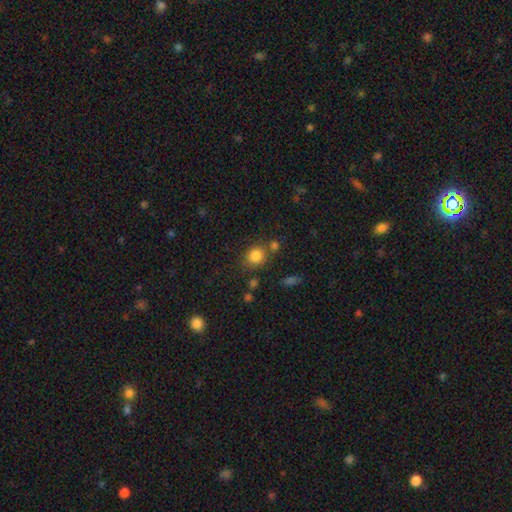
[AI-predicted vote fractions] Q: Smooth or featured?
A: smooth (83%); runner-up: star or artifact (11%)
Q: How rounded?
A: round (74%); runner-up: in between (25%)
Q: Merging?
A: none (70%); runner-up: merger (13%)